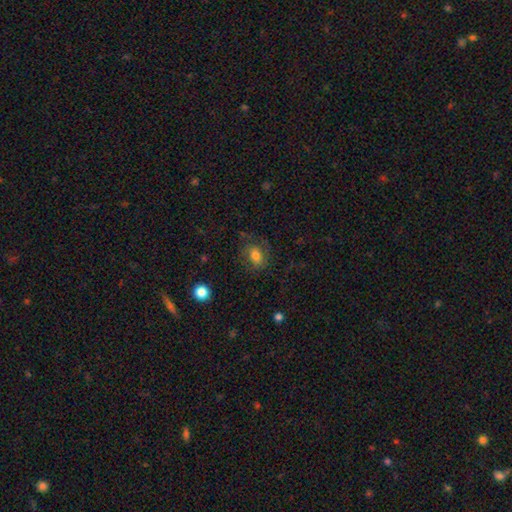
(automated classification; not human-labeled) Morphology: type=smooth (66%); roundness=in between (54%); merging=none (67%).